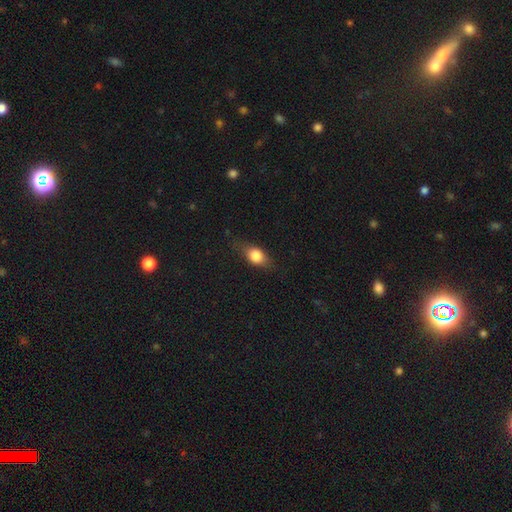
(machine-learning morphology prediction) smooth_or_featured: smooth (p=0.74) [alt: featured or disk p=0.18]
how_rounded: in between (p=0.70) [alt: round p=0.21]
merging: none (p=0.73) [alt: minor disturbance p=0.20]